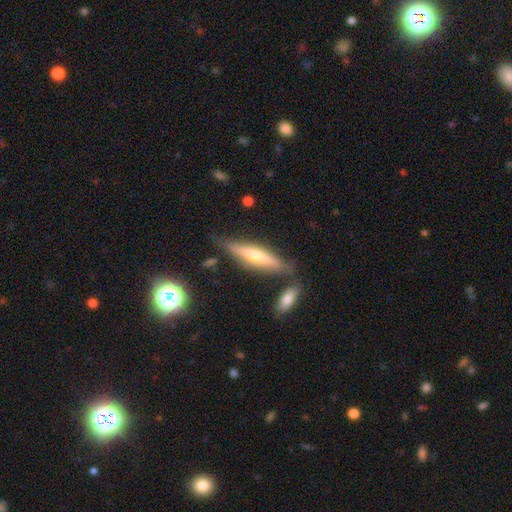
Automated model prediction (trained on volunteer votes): Smooth or featured: featured or disk — 51% (smooth — 42%)
Edge-on disk: yes — 91% (no — 9%)
Merging: none — 72% (minor disturbance — 16%)